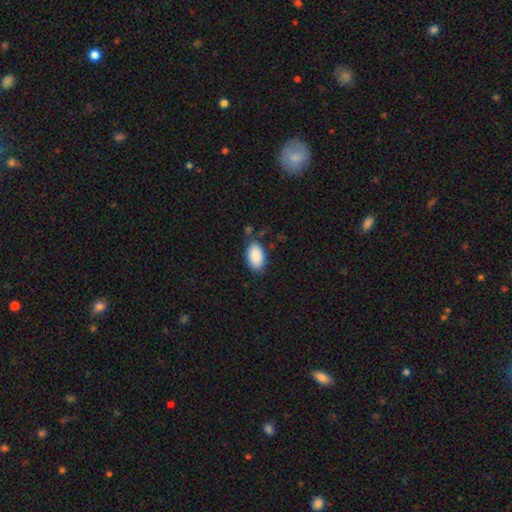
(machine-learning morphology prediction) Smooth or featured?
  - smooth: 89% *
  - star or artifact: 7%
  - featured or disk: 4%
How rounded?
  - in between: 93% *
  - round: 5%
  - cigar-shaped: 1%
Merging?
  - none: 74% *
  - minor disturbance: 17%
  - major disturbance: 5%
  - merger: 5%